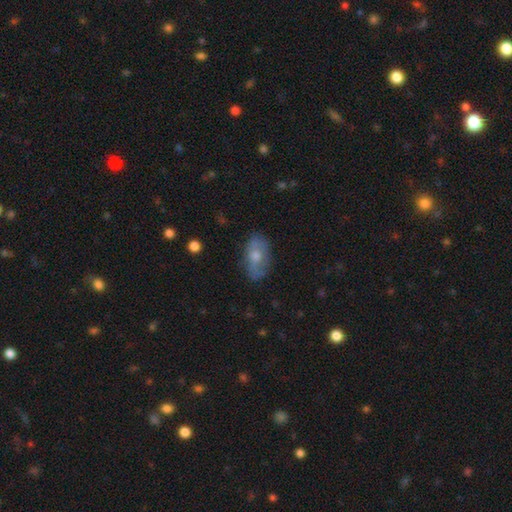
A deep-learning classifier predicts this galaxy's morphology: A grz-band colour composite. It shows a smooth galaxy with no disk features (59%) that is in between round and cigar-shaped (90%). Merging: none (74%).